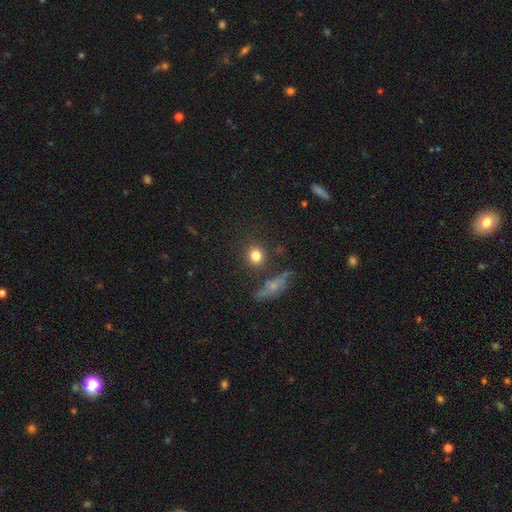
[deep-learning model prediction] smooth-or-featured: smooth: 80% | star or artifact: 12% | featured or disk: 8%
  how-rounded: round: 86% | in between: 13% | cigar-shaped: 2%
  merging: none: 80% | minor disturbance: 10% | merger: 6% | major disturbance: 4%